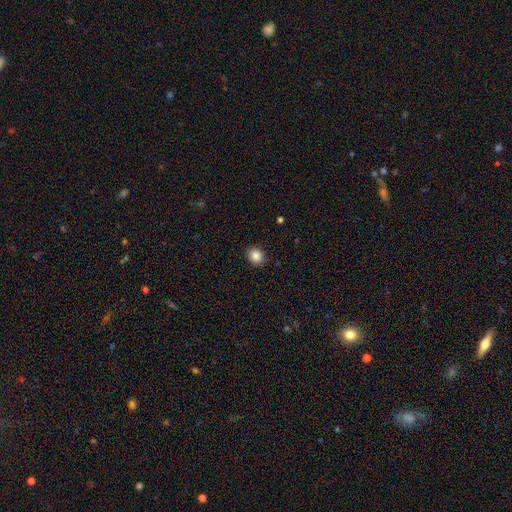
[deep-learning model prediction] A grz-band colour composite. It shows a smooth galaxy with no disk features (86%) that is round (70%). Merging: none (90%).